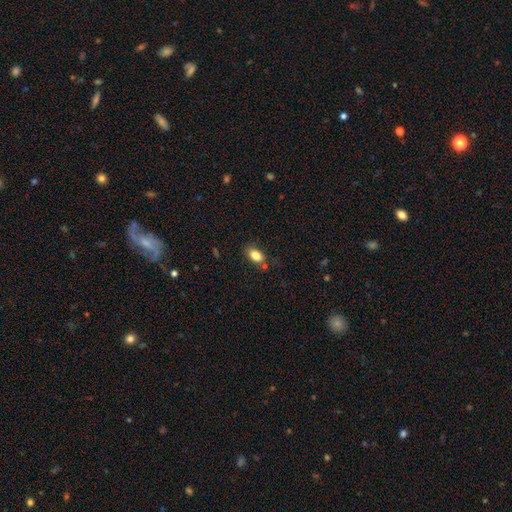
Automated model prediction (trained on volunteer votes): Overall: smooth (83%). How rounded: in between (86%). Merging: none (75%).